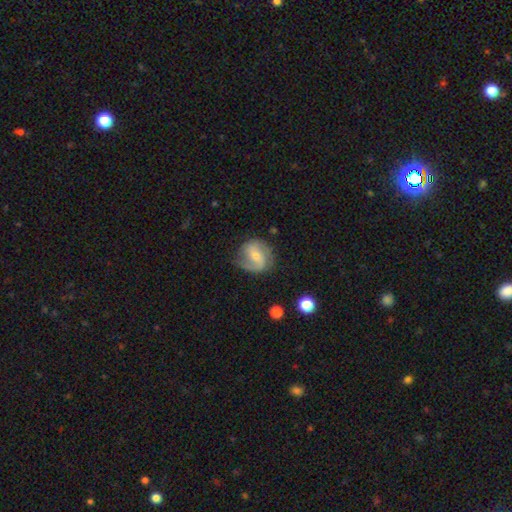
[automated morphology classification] Smooth or featured? Predicted: featured or disk (p=0.70). Edge-on disk? Predicted: no (p=0.97). Bar? Predicted: weak (p=0.46). Spiral arms? Predicted: yes (p=0.90). Spiral winding? Predicted: medium (p=0.44). Spiral arm count? Predicted: 2 (p=0.75). Bulge size? Predicted: small (p=0.55). Merging? Predicted: none (p=0.70).